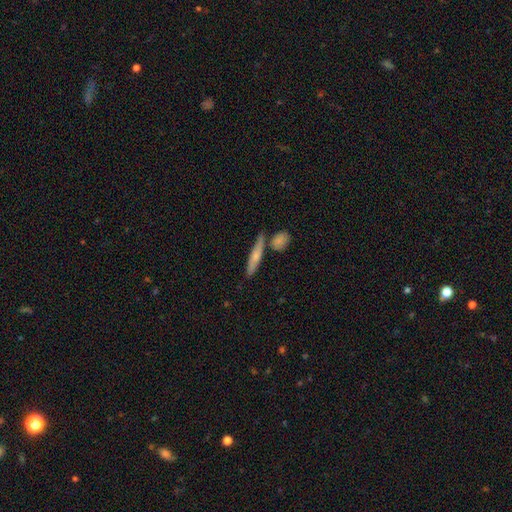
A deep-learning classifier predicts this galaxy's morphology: smooth-or-featured: smooth: 58% | featured or disk: 36% | star or artifact: 6%
  how-rounded: cigar-shaped: 85% | in between: 13% | round: 3%
  merging: none: 71% | merger: 14% | minor disturbance: 12% | major disturbance: 3%